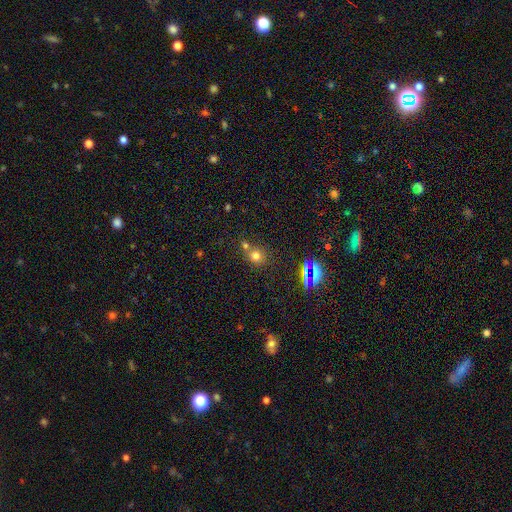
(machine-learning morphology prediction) This appears to be a smooth galaxy with no disk features (67%) that is round (86%). Merging: none (60%).